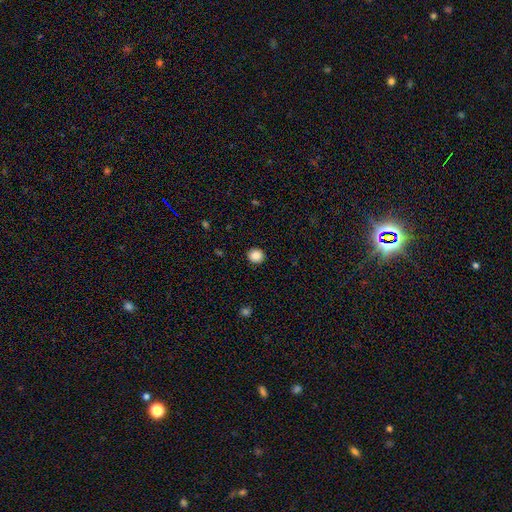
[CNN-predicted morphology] A smooth galaxy with no disk features (87%) that is round (87%). Merging: none (92%).